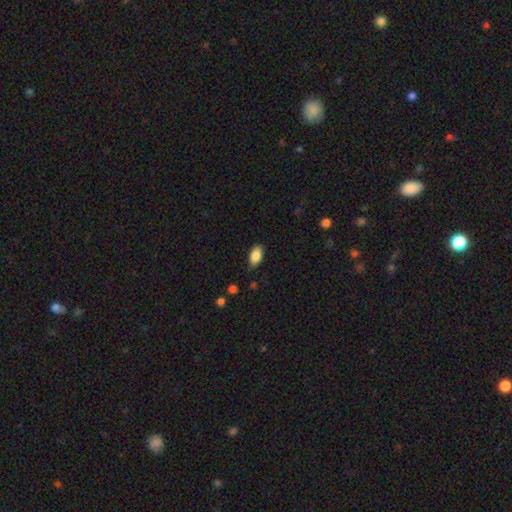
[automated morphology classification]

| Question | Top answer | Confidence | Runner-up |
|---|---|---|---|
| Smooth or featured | smooth | 86% | star or artifact (7%) |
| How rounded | in between | 92% | round (5%) |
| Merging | none | 81% | minor disturbance (15%) |